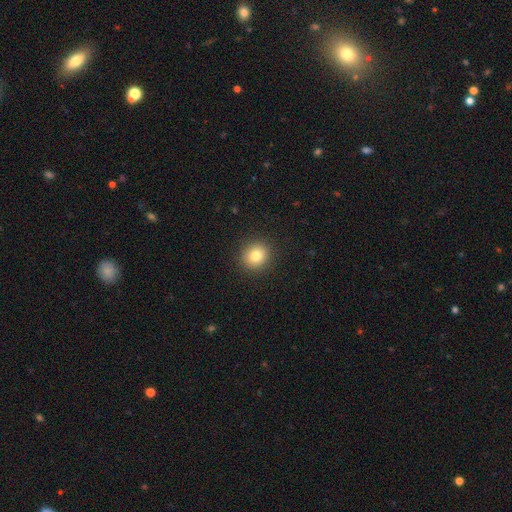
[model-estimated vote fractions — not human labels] smooth_or_featured: smooth (p=0.80) [alt: star or artifact p=0.11]
how_rounded: round (p=0.89) [alt: in between p=0.10]
merging: none (p=0.92) [alt: minor disturbance p=0.05]